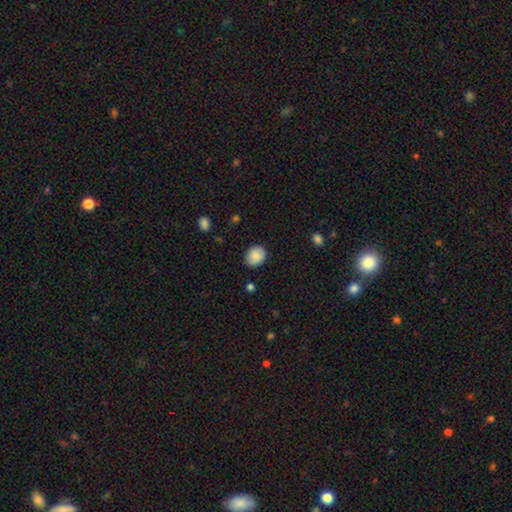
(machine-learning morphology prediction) Smooth or featured? Predicted: smooth (p=0.87). How rounded? Predicted: round (p=0.58). Merging? Predicted: none (p=0.84).